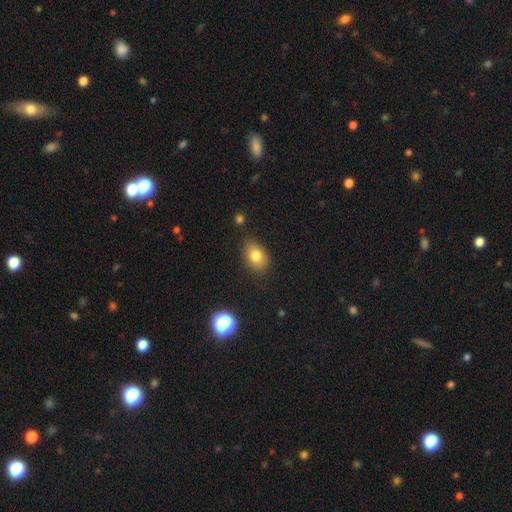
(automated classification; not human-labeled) This appears to be a smooth galaxy with no disk features (80%) that is in between round and cigar-shaped (76%). Merging: none (80%).